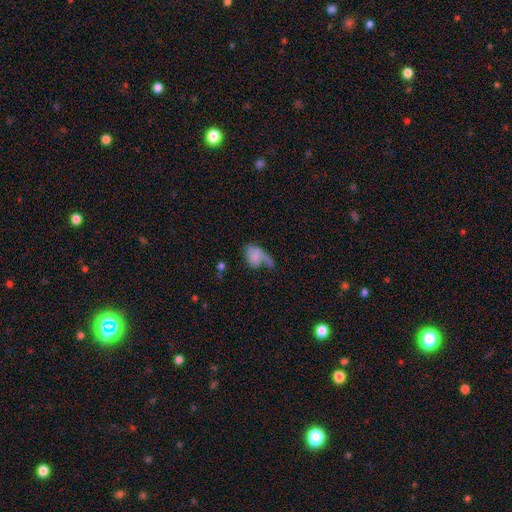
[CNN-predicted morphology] Overall: smooth (55%; featured or disk 36%). How rounded: in between (85%). Merging: major disturbance (43%; none 23%).